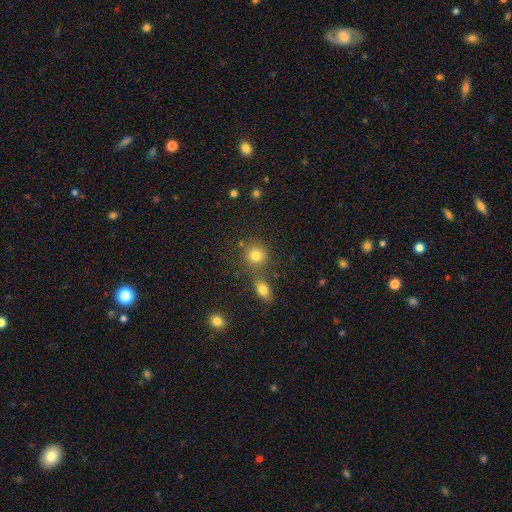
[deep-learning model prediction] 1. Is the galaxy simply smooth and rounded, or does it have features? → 80% smooth, 13% star or artifact, 8% featured or disk.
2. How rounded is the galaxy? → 83% round, 16% in between, 1% cigar-shaped.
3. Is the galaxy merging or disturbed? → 63% none, 23% merger, 10% minor disturbance, 4% major disturbance.